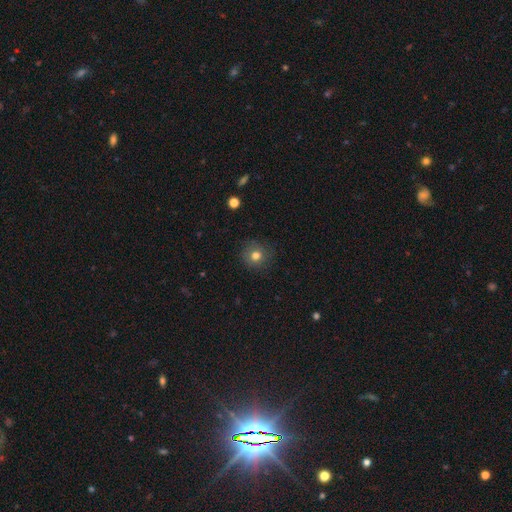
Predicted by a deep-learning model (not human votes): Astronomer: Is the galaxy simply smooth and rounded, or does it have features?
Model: smooth — 78%.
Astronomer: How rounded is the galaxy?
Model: round — 90%.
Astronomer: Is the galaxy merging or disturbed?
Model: none — 84%.